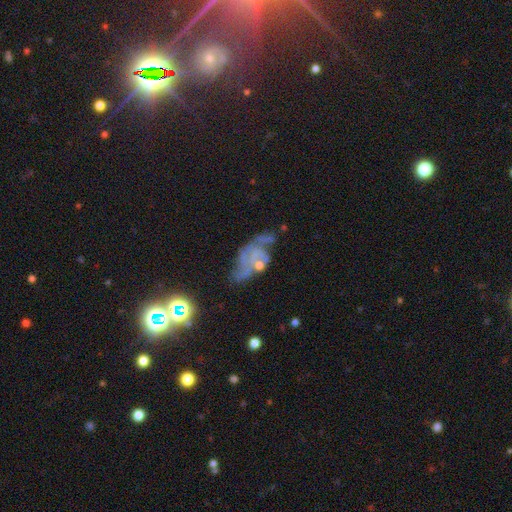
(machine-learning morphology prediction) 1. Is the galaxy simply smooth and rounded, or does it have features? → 70% featured or disk, 18% smooth, 13% star or artifact.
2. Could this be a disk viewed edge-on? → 97% no, 3% yes.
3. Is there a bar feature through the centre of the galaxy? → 73% no, 22% weak, 5% strong.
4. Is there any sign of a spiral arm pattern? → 71% yes, 29% no.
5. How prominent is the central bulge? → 47% small, 30% none, 19% moderate, 2% large, 1% dominant.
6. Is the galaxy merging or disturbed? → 34% major disturbance, 31% none, 22% minor disturbance, 13% merger.